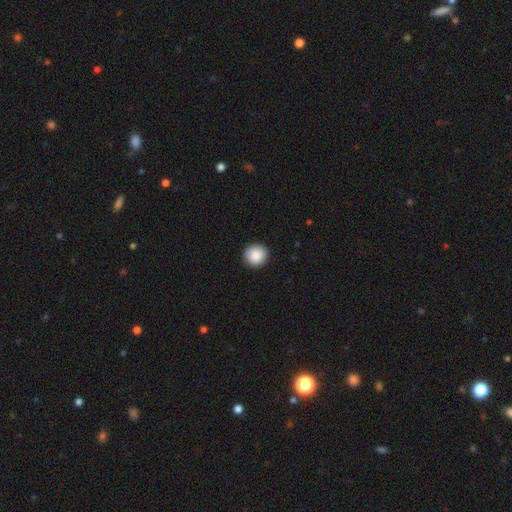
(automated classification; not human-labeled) Smooth or featured?
  - smooth: 88% *
  - star or artifact: 8%
  - featured or disk: 4%
How rounded?
  - round: 93% *
  - in between: 6%
  - cigar-shaped: 1%
Merging?
  - none: 92% *
  - minor disturbance: 6%
  - major disturbance: 2%
  - merger: 1%